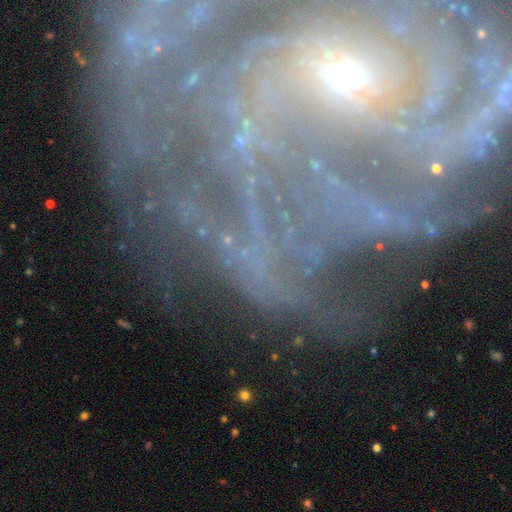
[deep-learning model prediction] A featured or disk galaxy (67%) with no bar (50%), tight (59%) spiral arms (82%) and a small central bulge (58%).

Vote fractions:
- Smooth or featured? featured or disk: 67% / star or artifact: 23% / smooth: 10%
- Edge-on disk? no: 92% / yes: 8%
- Bar? no: 50% / strong: 25% / weak: 25%
- Spiral arms? yes: 82% / no: 18%
- Spiral winding? tight: 59% / medium: 26% / loose: 15%
- Spiral arm count? can't tell: 32% / 2: 17% / 3: 15% / more than 4: 12% / 4: 12% / 1: 11%
- Bulge size? small: 58% / moderate: 27% / none: 7% / large: 5% / dominant: 3%
- Merging? none: 56% / major disturbance: 22% / minor disturbance: 15% / merger: 7%